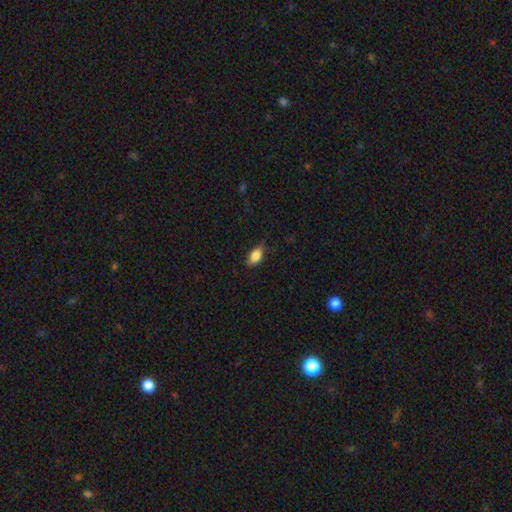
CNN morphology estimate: type=smooth (81%); roundness=in between (85%); merging=none (68%).